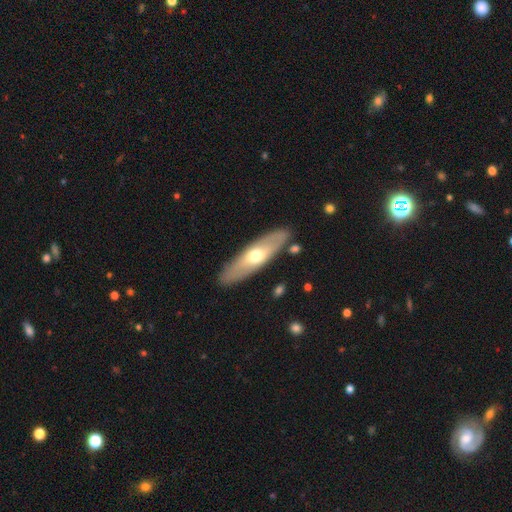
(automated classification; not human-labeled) smooth_or_featured: smooth (p=0.48) [alt: featured or disk p=0.47]
merging: none (p=0.86) [alt: minor disturbance p=0.09]